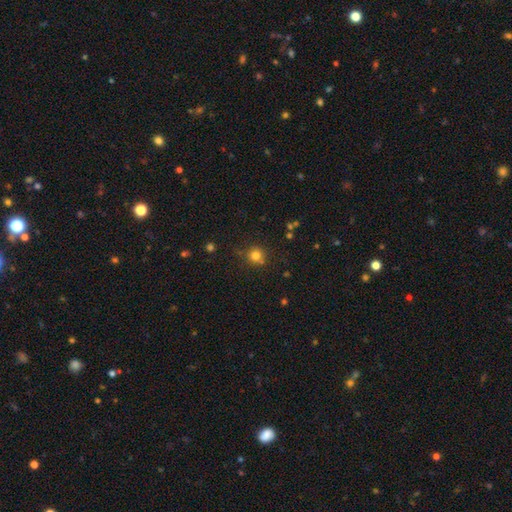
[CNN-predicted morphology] The model was most divided on "smooth or featured": smooth: 79%, star or artifact: 15%, featured or disk: 7%. More confident: how rounded — round (91%); merging — none (78%).